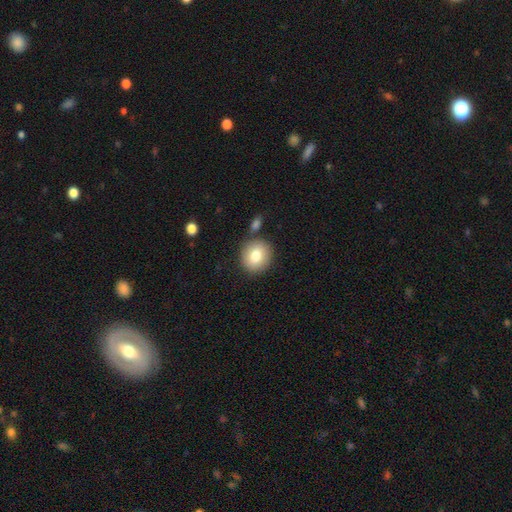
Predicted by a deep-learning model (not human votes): This is likely a smooth galaxy (80%). How rounded: clearly round (85%). Merging: likely none (79%).